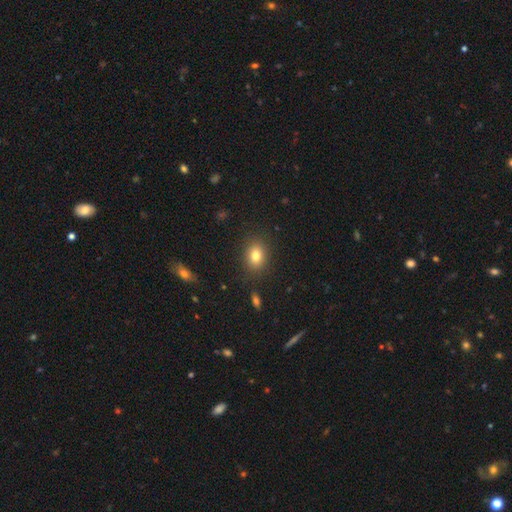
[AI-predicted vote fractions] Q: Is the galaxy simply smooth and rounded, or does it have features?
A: smooth — 80%.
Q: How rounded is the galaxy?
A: in between — 58%.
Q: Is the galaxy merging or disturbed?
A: none — 86%.